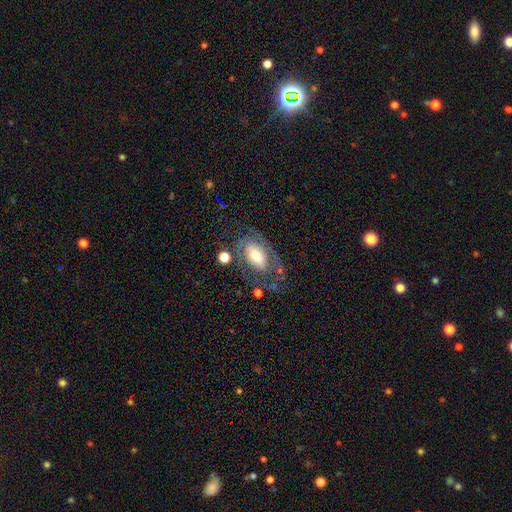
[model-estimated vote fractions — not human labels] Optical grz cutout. It shows a featured or disk galaxy (65%) with no bar (52%), spiral arms (76%) and a moderate central bulge (47%). Merging: none (51%).